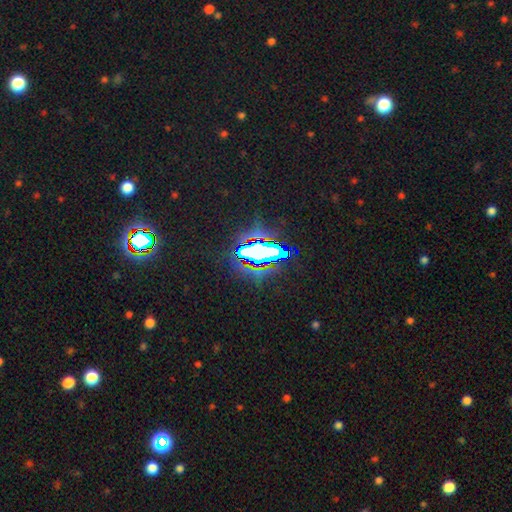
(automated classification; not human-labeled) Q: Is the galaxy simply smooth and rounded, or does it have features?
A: star or artifact — 65%.